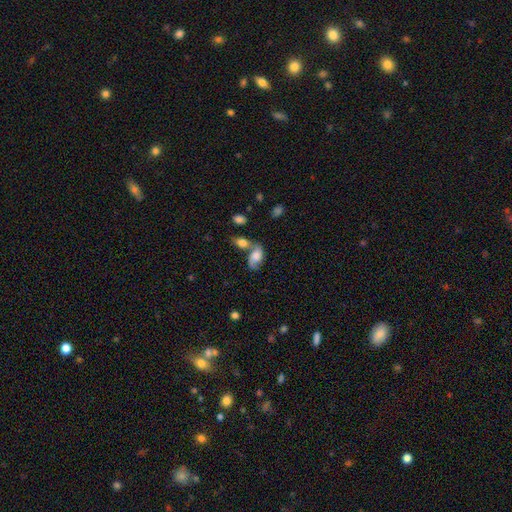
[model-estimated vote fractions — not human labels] Morphology: type=featured or disk (53%); edge-on=no (95%); bar=no (69%); spiral arms=yes (85%); bulge=large (39%); merging=merger (42%).